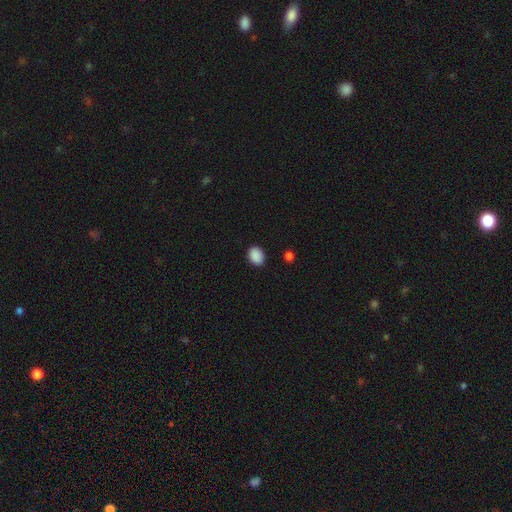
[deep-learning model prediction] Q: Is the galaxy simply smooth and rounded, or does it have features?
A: smooth — 89%.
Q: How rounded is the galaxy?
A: in between — 62%.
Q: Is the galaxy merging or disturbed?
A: none — 87%.